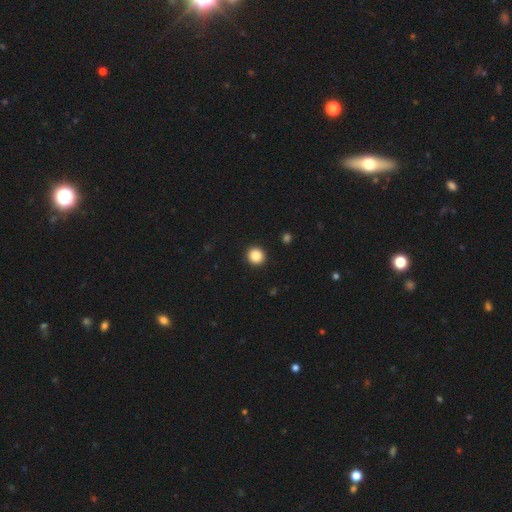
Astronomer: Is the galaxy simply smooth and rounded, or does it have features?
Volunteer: smooth — 85%.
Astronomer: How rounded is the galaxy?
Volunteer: round — 100%.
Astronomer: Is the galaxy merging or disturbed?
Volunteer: none — 94%.